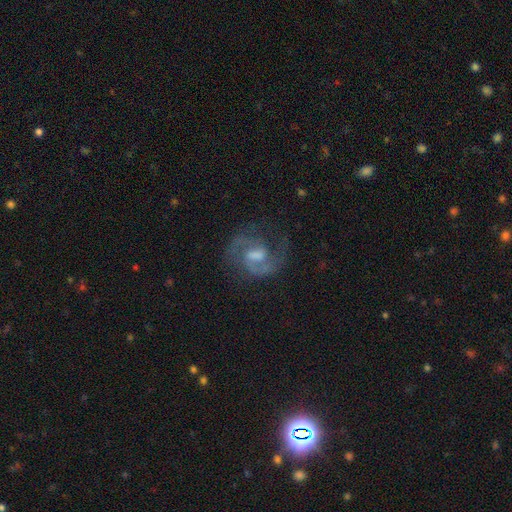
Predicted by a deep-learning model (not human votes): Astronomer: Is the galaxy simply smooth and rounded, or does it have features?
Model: featured or disk — 86%.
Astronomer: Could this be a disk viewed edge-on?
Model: no — 98%.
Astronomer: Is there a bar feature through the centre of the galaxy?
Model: weak — 58%.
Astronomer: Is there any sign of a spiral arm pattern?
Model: yes — 96%.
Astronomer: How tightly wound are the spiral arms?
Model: medium — 59%.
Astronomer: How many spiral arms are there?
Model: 2 — 85%.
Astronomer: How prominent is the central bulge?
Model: moderate — 40% (runner-up: small, 27%).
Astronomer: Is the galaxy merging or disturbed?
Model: none — 70%.